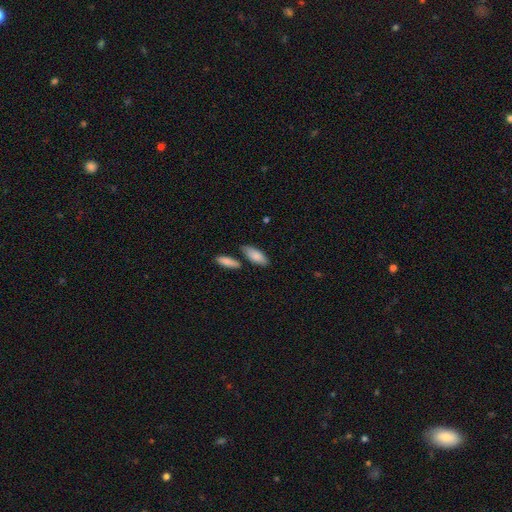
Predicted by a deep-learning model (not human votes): Smooth or featured: smooth — 84% (featured or disk — 10%)
How rounded: in between — 80% (cigar-shaped — 18%)
Merging: none — 69% (minor disturbance — 15%)